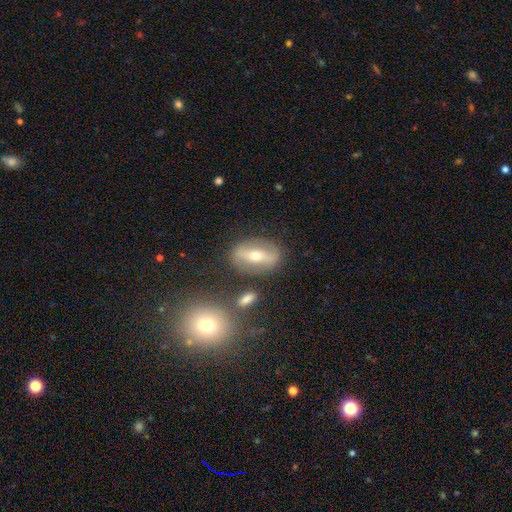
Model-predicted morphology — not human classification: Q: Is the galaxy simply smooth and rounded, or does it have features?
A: featured or disk — 63%.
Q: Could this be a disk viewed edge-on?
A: no — 76%.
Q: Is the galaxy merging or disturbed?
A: none — 79%.